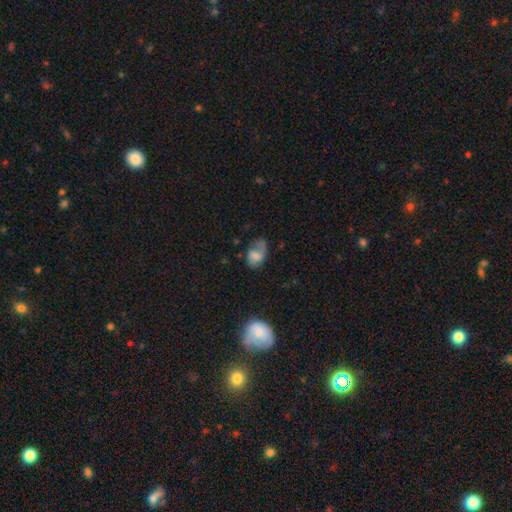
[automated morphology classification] Q: Smooth or featured?
A: smooth (59%); runner-up: featured or disk (31%)
Q: How rounded?
A: in between (85%); runner-up: round (14%)
Q: Merging?
A: none (44%); runner-up: minor disturbance (31%)